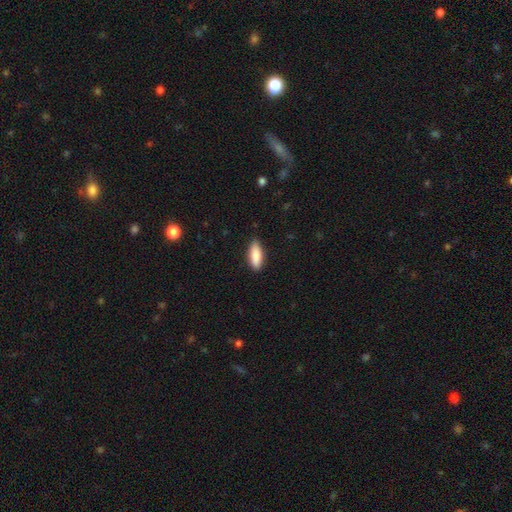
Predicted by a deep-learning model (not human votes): This appears to be a smooth galaxy with no disk features (85%) that is in between round and cigar-shaped (68%). Merging: none (86%).